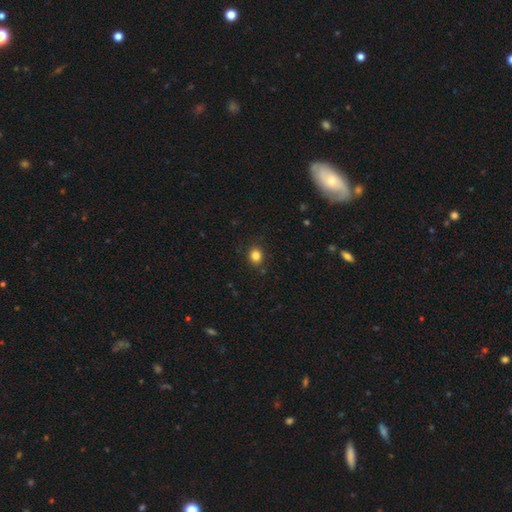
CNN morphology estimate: This is clearly a smooth galaxy (83%). How rounded: likely round (71%). Merging: clearly none (88%).